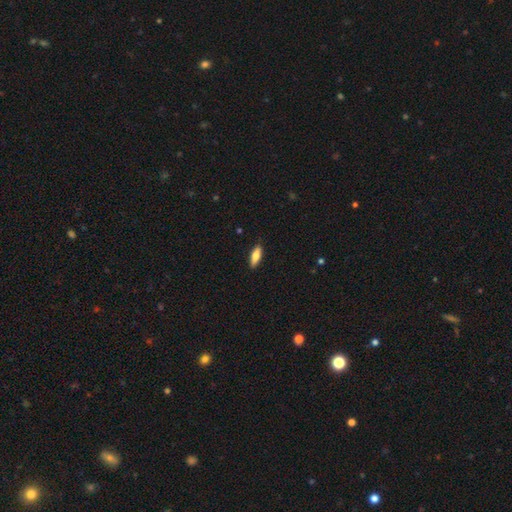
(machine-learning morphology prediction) Smooth or featured? Predicted: smooth (p=0.74). How rounded? Predicted: in between (p=0.61). Merging? Predicted: none (p=0.89).